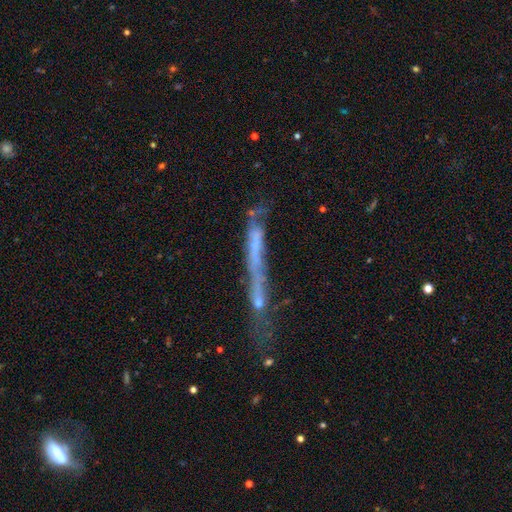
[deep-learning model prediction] Smooth or featured? featured or disk (49%)
Merging? none (54%)